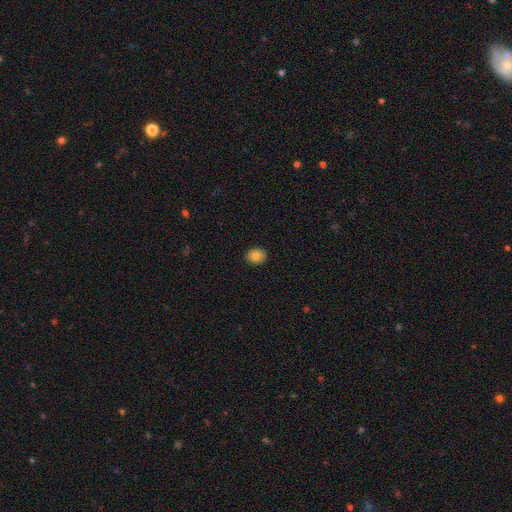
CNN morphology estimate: Q: Smooth or featured?
A: smooth (83%); runner-up: star or artifact (9%)
Q: How rounded?
A: round (57%); runner-up: in between (42%)
Q: Merging?
A: none (89%); runner-up: minor disturbance (8%)